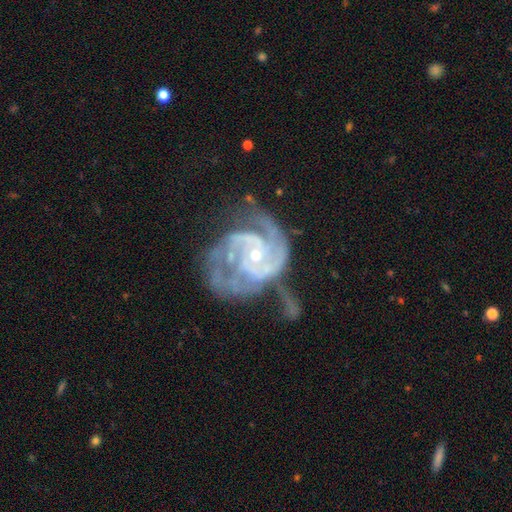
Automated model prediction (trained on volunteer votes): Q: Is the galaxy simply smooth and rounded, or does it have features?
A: featured or disk — 91%.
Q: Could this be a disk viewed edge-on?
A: no — 98%.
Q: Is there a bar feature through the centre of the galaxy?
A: no — 67%.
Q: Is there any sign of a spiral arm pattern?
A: yes — 96%.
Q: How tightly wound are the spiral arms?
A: tight — 48%.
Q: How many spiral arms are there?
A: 2 — 45%.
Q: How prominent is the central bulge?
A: small — 64%.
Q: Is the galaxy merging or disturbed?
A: major disturbance — 38%.